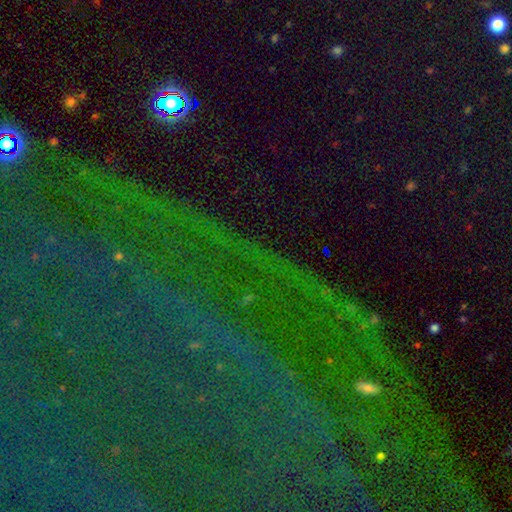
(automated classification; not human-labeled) Smooth or featured? star or artifact (83%)